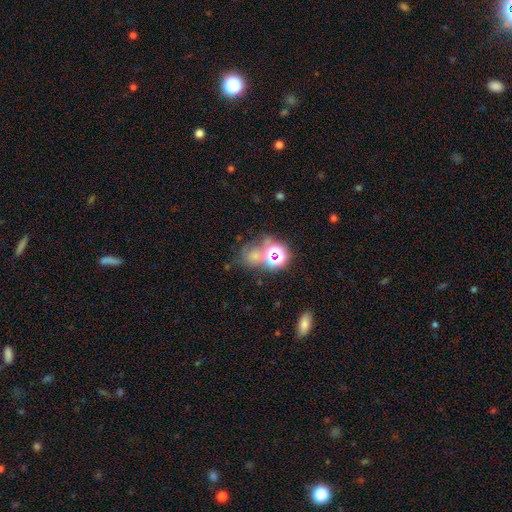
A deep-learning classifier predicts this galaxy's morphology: Smooth or featured? smooth (49%)
Merging? none (53%)